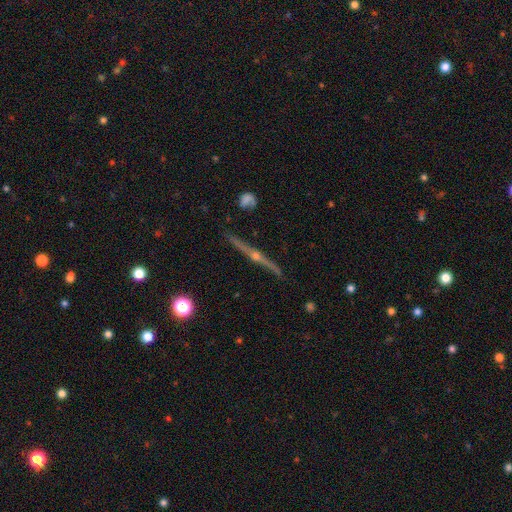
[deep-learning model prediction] The model was most divided on "smooth or featured": featured or disk: 86%, smooth: 8%, star or artifact: 6%. More confident: edge-on disk — yes (98%); edge-on bulge — rounded (94%); merging — none (89%).